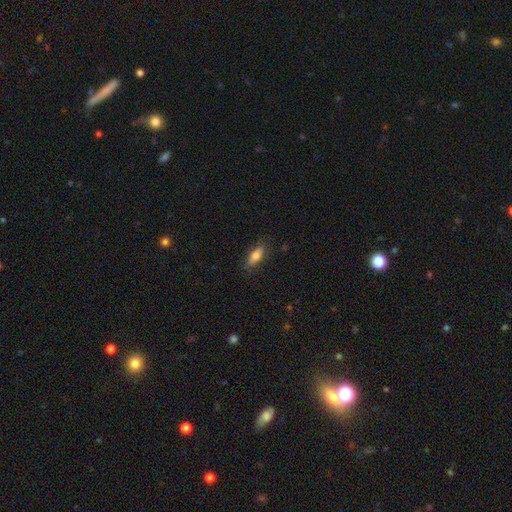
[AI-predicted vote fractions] smooth_or_featured: smooth (p=0.70) [alt: featured or disk p=0.24]
how_rounded: in between (p=0.67) [alt: cigar-shaped p=0.30]
merging: none (p=0.79) [alt: minor disturbance p=0.16]